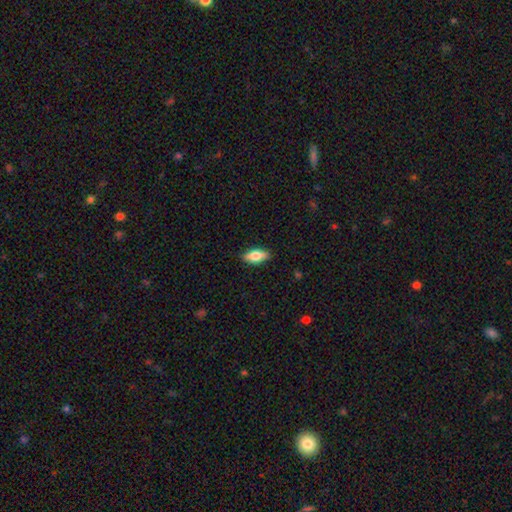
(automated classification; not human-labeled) This is likely a smooth galaxy (75%). How rounded: clearly in between (84%). Merging: clearly none (87%).